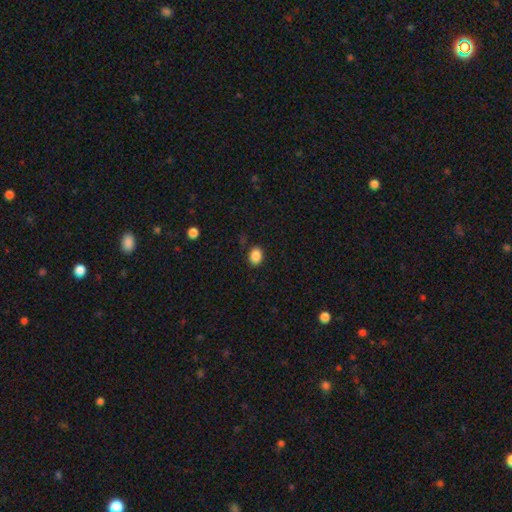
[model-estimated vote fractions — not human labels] This is clearly a smooth galaxy (87%). How rounded: likely in between (72%). Merging: clearly none (86%).